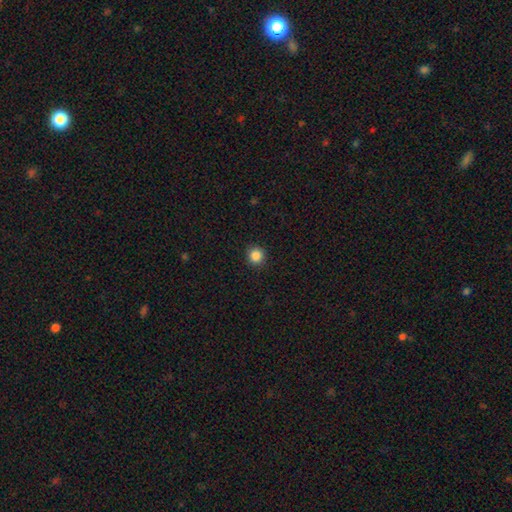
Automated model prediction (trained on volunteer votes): This is clearly a smooth galaxy (87%). How rounded: clearly round (95%). Merging: clearly none (93%).